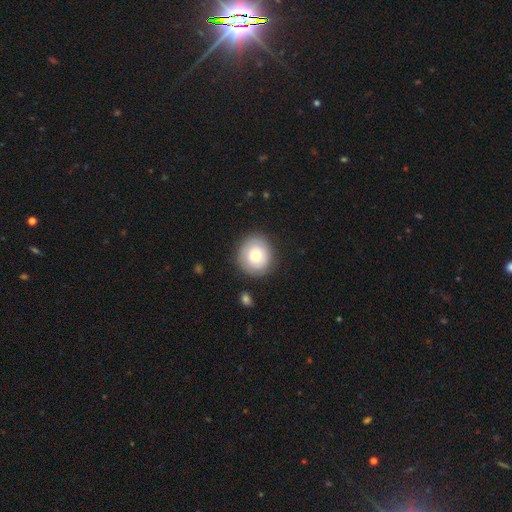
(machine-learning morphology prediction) The model was most divided on "smooth or featured": smooth: 64%, featured or disk: 28%, star or artifact: 8%. More confident: how rounded — round (86%); merging — none (84%).